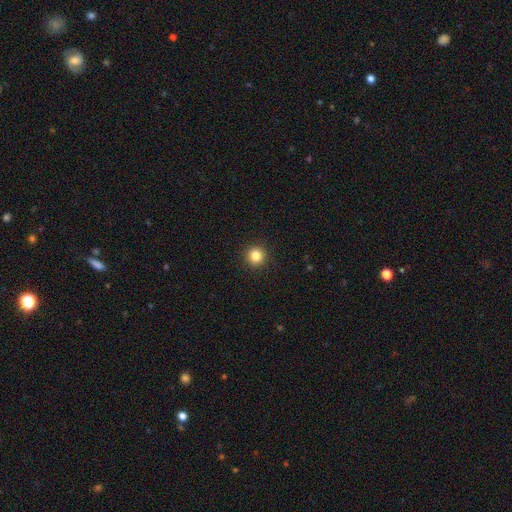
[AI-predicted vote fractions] Smooth or featured? smooth (83%)
How rounded? round (95%)
Merging? none (93%)